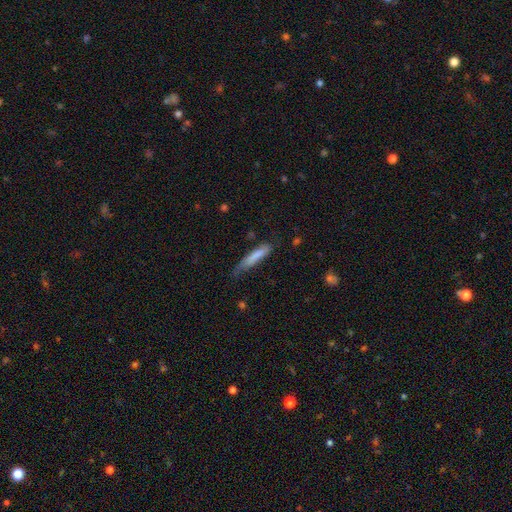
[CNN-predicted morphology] type=smooth (76%); roundness=cigar-shaped (86%); merging=none (51%).